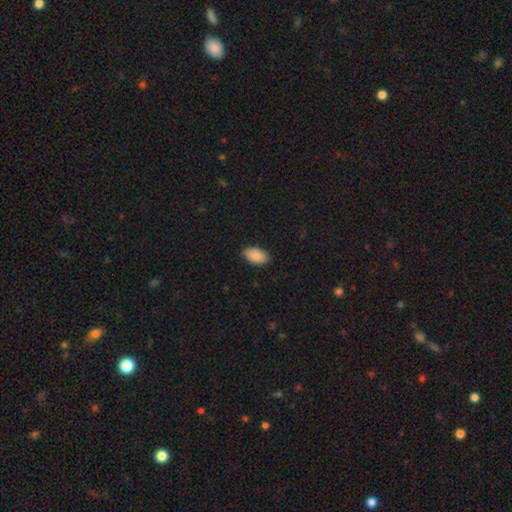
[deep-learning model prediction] Smooth or featured: smooth — 88% (star or artifact — 7%)
How rounded: in between — 94% (round — 4%)
Merging: none — 83% (minor disturbance — 14%)